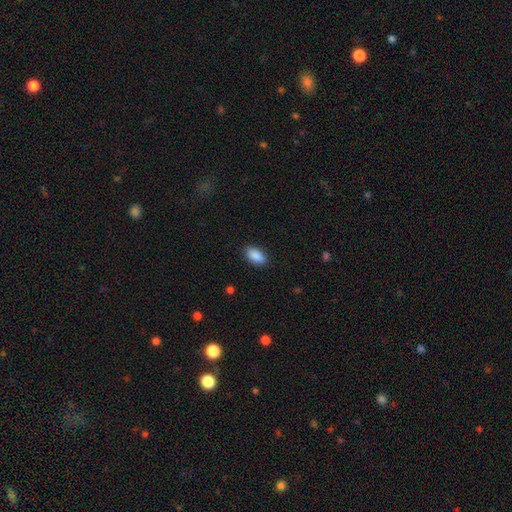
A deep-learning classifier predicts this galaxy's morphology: Q: Smooth or featured?
A: smooth (89%); runner-up: star or artifact (7%)
Q: How rounded?
A: in between (92%); runner-up: round (4%)
Q: Merging?
A: none (87%); runner-up: minor disturbance (10%)